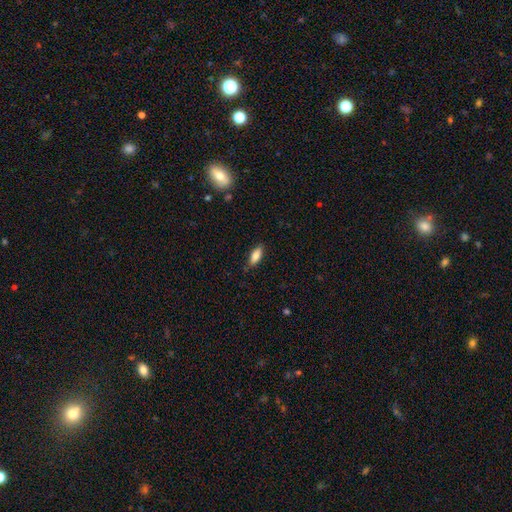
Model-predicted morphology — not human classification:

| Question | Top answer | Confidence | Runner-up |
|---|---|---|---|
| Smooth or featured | smooth | 83% | featured or disk (10%) |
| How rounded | in between | 75% | cigar-shaped (23%) |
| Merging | none | 80% | minor disturbance (15%) |